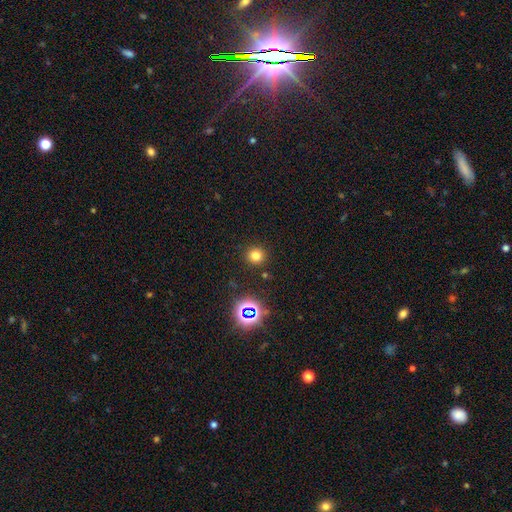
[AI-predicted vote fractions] smooth_or_featured: smooth (p=0.74) [alt: star or artifact p=0.20]
how_rounded: round (p=0.93) [alt: in between p=0.06]
merging: none (p=0.90) [alt: minor disturbance p=0.06]